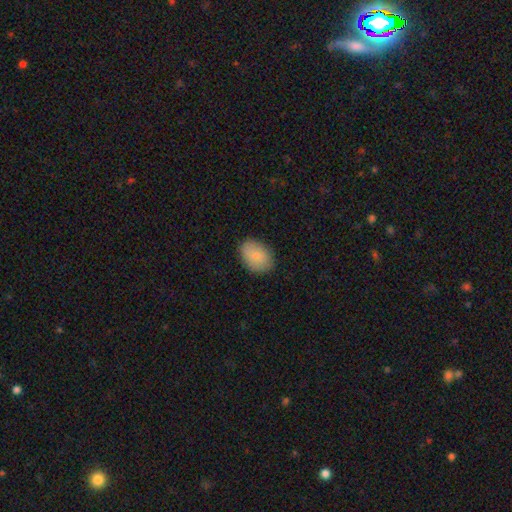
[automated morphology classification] The model was most divided on "how rounded": in between: 82%, round: 17%, cigar-shaped: 1%. More confident: smooth or featured — smooth (84%); merging — none (84%).